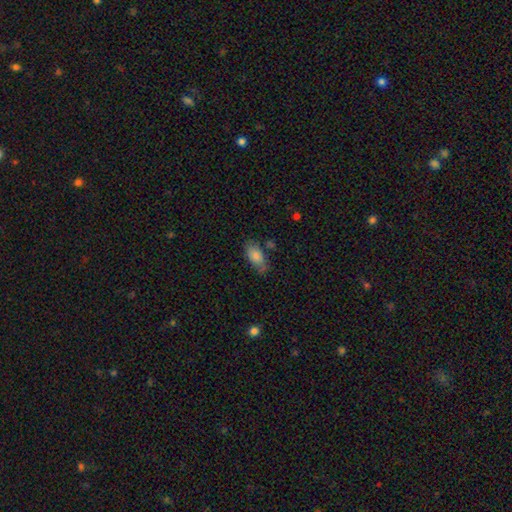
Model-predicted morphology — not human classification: This is clearly a smooth galaxy (80%). How rounded: clearly in between (89%). Merging: likely none (65%).